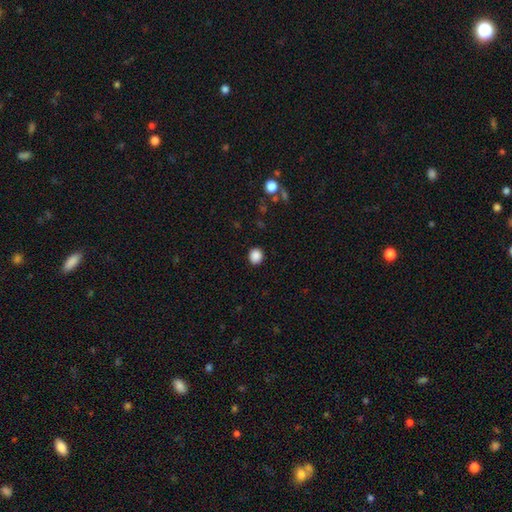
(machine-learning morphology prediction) A smooth galaxy with no disk features (88%) that is round (77%). Merging: none (91%).